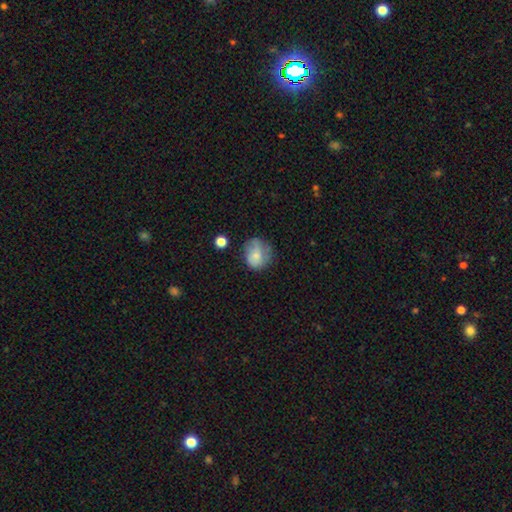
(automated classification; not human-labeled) Overall: smooth (70%). How rounded: round (68%; in between 32%). Merging: none (49%; minor disturbance 32%).